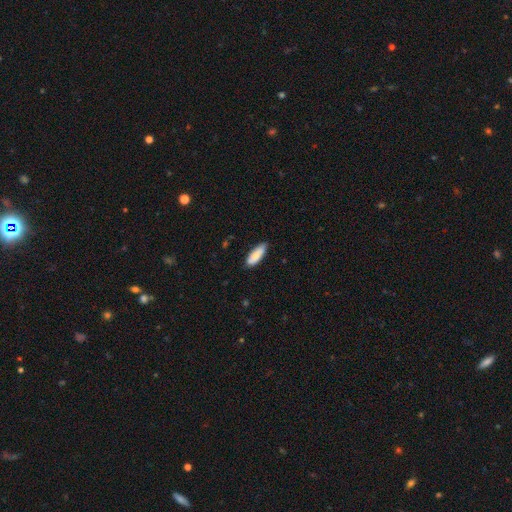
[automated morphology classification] The model was most divided on "how rounded": in between: 64%, cigar-shaped: 34%, round: 2%. More confident: merging — none (80%); smooth or featured — smooth (79%).